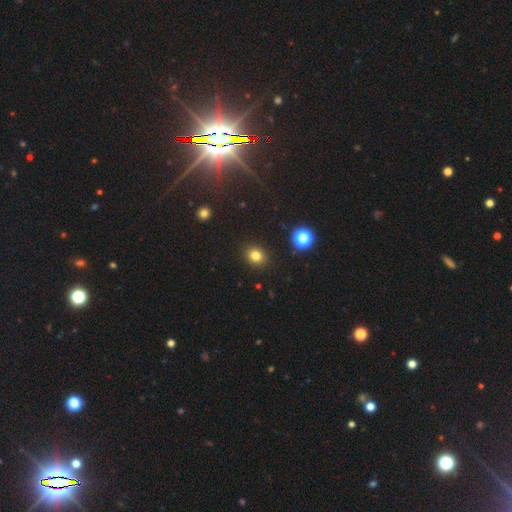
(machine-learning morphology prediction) smooth_or_featured: smooth (p=0.80) [alt: star or artifact p=0.14]
how_rounded: round (p=0.70) [alt: in between p=0.29]
merging: none (p=0.90) [alt: minor disturbance p=0.06]